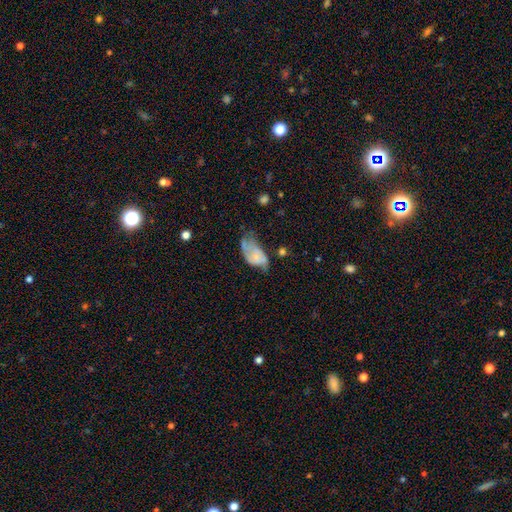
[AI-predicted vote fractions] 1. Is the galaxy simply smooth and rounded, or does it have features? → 47% featured or disk, 45% smooth, 8% star or artifact.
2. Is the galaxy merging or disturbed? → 35% major disturbance, 33% minor disturbance, 24% none, 7% merger.